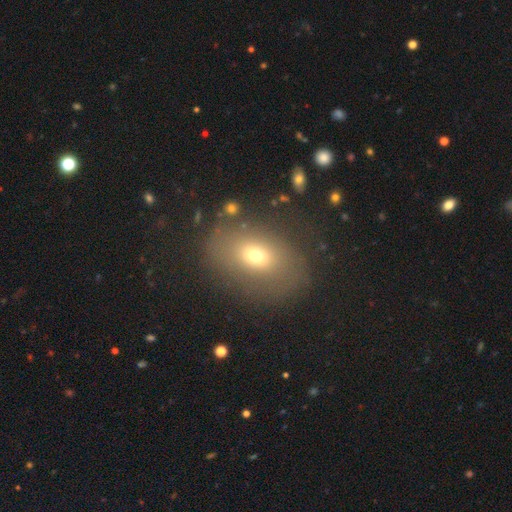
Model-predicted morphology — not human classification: smooth_or_featured: smooth (p=0.62) [alt: featured or disk p=0.23]
how_rounded: in between (p=0.67) [alt: round p=0.31]
merging: none (p=0.71) [alt: minor disturbance p=0.16]